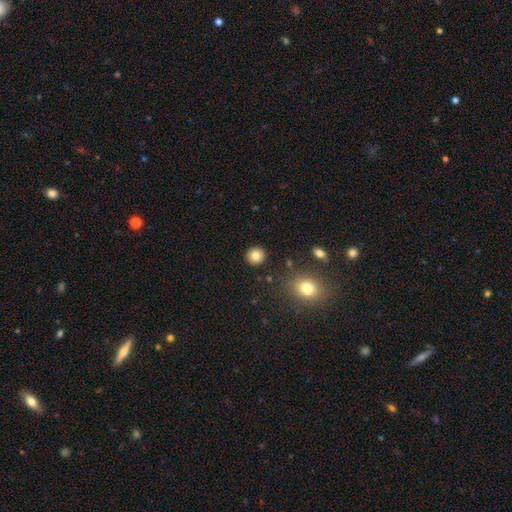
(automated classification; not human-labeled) Smooth or featured?
  - smooth: 82% *
  - star or artifact: 11%
  - featured or disk: 7%
How rounded?
  - round: 91% *
  - in between: 8%
  - cigar-shaped: 1%
Merging?
  - none: 91% *
  - minor disturbance: 6%
  - major disturbance: 2%
  - merger: 2%